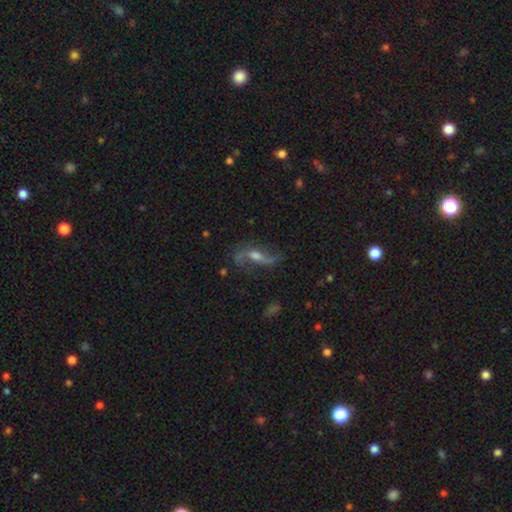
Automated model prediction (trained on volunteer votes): The model was most divided on "bar": no: 40%, weak: 37%, strong: 23%. More confident: spiral arms — yes (94%); spiral arm count — 2 (89%); edge-on disk — no (88%); smooth or featured — featured or disk (81%); spiral winding — loose (80%); merging — none (68%); bulge size — moderate (56%).